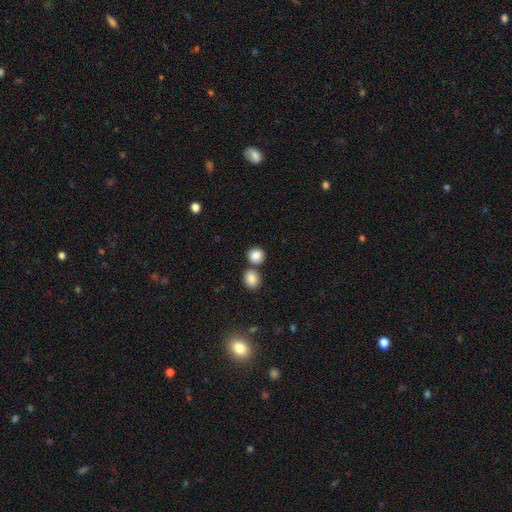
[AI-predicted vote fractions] This is clearly a smooth galaxy (86%). How rounded: clearly round (81%). Merging: likely none (60%).